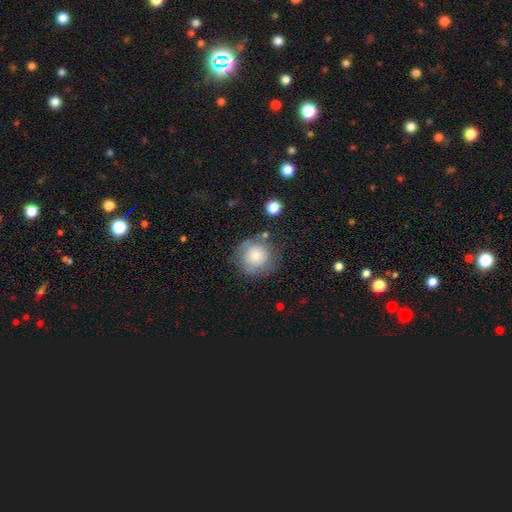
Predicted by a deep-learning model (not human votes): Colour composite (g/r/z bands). It shows a smooth galaxy with no disk features (70%) that is round (90%). Merging: none (68%).